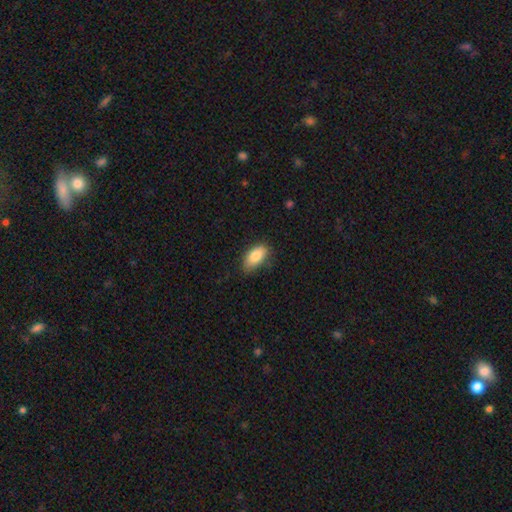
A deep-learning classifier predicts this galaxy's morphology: This is clearly a smooth galaxy (86%). How rounded: clearly in between (91%). Merging: likely none (73%).